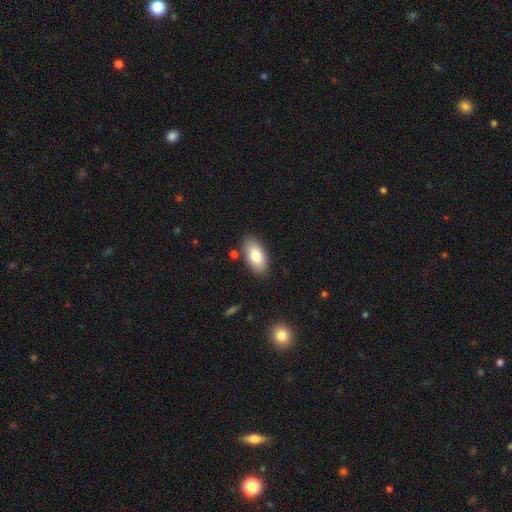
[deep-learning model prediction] Q: Smooth or featured?
A: smooth (81%); runner-up: featured or disk (12%)
Q: How rounded?
A: in between (93%); runner-up: cigar-shaped (4%)
Q: Merging?
A: none (84%); runner-up: minor disturbance (11%)